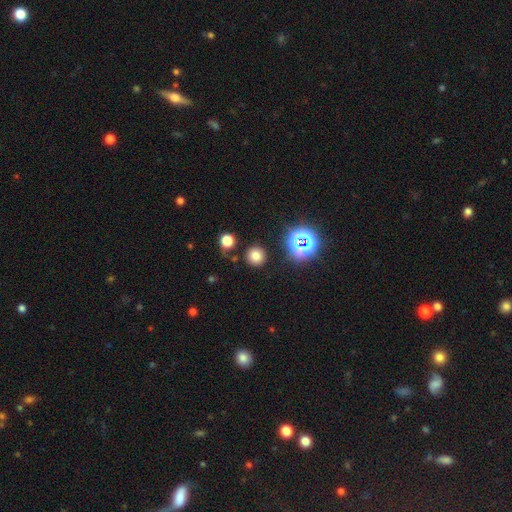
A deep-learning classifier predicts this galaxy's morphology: The model was most divided on "smooth or featured": smooth: 72%, star or artifact: 20%, featured or disk: 7%. More confident: how rounded — round (93%); merging — none (87%).